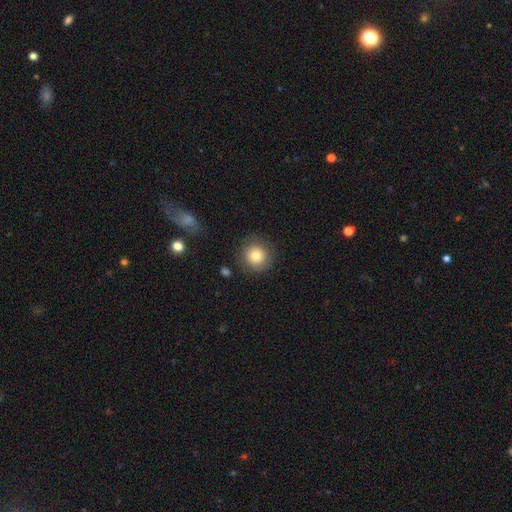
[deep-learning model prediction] smooth_or_featured: smooth (p=0.79) [alt: featured or disk p=0.11]
how_rounded: round (p=0.93) [alt: in between p=0.06]
merging: none (p=0.85) [alt: minor disturbance p=0.10]